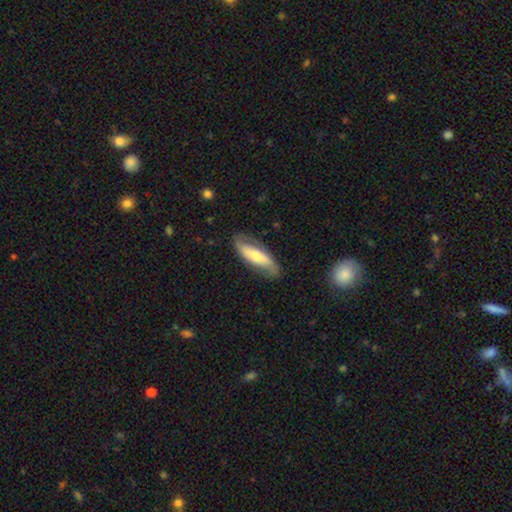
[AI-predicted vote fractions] Smooth or featured: featured or disk — 51% (smooth — 44%)
Edge-on disk: no — 76% (yes — 24%)
Merging: none — 74% (minor disturbance — 18%)